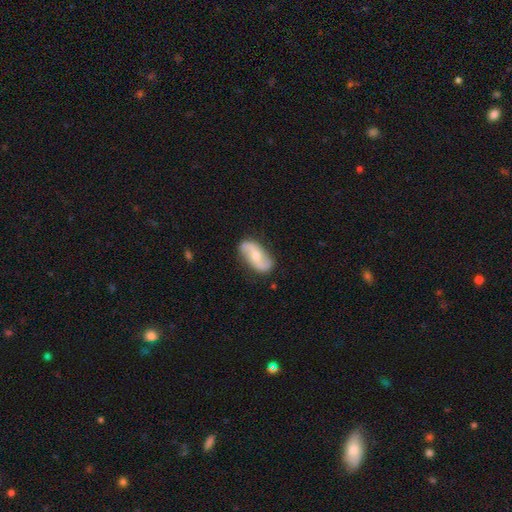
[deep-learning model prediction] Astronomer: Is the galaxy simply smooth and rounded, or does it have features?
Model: featured or disk — 72%.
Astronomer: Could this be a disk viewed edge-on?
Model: no — 94%.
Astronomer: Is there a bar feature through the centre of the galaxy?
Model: no — 52% (runner-up: weak, 35%).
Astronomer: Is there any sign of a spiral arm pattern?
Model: yes — 90%.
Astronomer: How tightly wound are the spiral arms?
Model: loose — 64%.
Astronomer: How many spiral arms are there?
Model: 2 — 92%.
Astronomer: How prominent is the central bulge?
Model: moderate — 58% (runner-up: small, 36%).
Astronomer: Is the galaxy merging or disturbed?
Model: none — 83%.